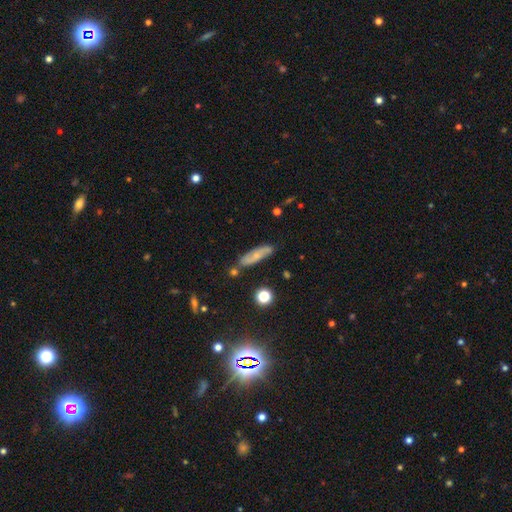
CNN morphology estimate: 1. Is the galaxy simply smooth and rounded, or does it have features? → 49% smooth, 41% featured or disk, 10% star or artifact.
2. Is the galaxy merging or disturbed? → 77% none, 15% minor disturbance, 5% merger, 3% major disturbance.